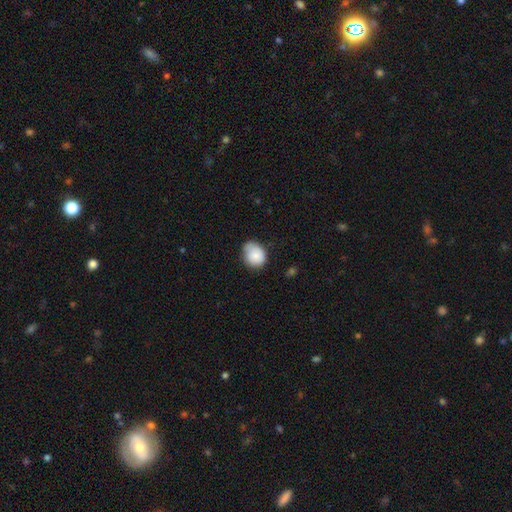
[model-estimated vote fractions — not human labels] A smooth galaxy with no disk features (83%) that is round (52%). Merging: none (56%).